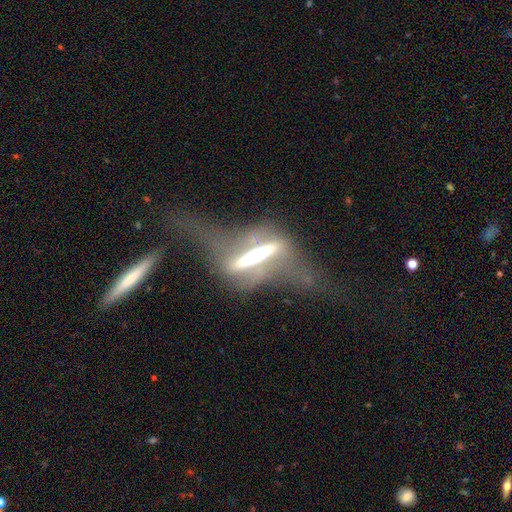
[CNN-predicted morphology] Smooth or featured?
  - featured or disk: 71% *
  - smooth: 21%
  - star or artifact: 9%
Edge-on disk?
  - yes: 78% *
  - no: 22%
Edge-on bulge?
  - rounded: 53% *
  - boxy: 29%
  - none: 18%
Merging?
  - none: 41% *
  - major disturbance: 35%
  - minor disturbance: 18%
  - merger: 6%